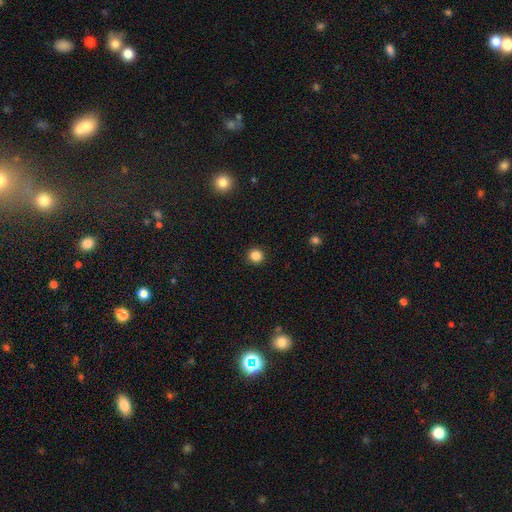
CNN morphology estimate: Q: Smooth or featured?
A: smooth (85%); runner-up: star or artifact (11%)
Q: How rounded?
A: round (94%); runner-up: in between (5%)
Q: Merging?
A: none (93%); runner-up: minor disturbance (5%)